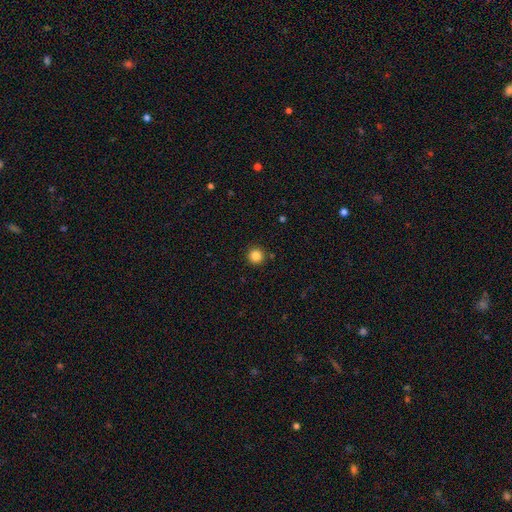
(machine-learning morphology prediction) smooth_or_featured: smooth (p=0.85) [alt: star or artifact p=0.11]
how_rounded: round (p=0.96) [alt: in between p=0.03]
merging: none (p=0.91) [alt: minor disturbance p=0.05]